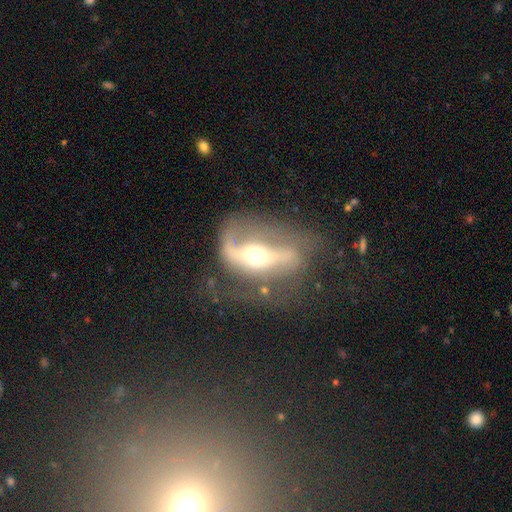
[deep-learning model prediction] Smooth or featured? featured or disk (82%)
Edge-on disk? no (83%)
Bar? strong (62%)
Spiral arms? yes (77%)
Spiral winding? loose (48%)
Spiral arm count? 2 (71%)
Bulge size? moderate (63%)
Merging? none (50%)